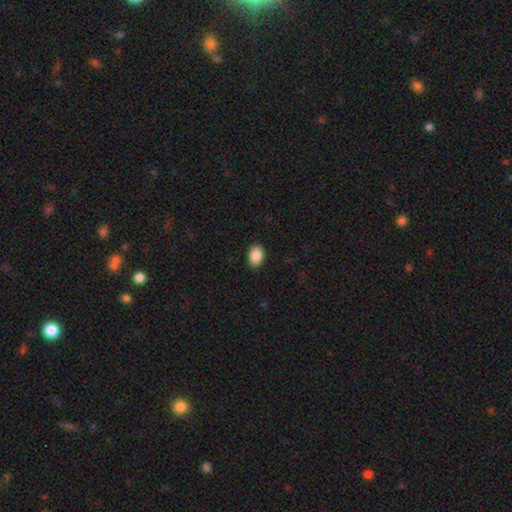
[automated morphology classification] type=smooth (88%); roundness=in between (83%); merging=none (89%).